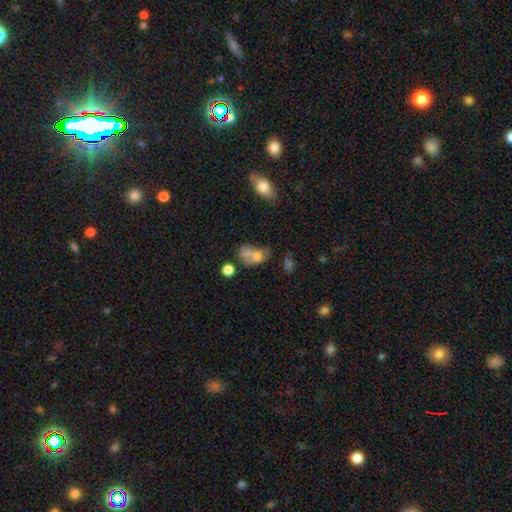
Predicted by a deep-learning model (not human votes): Smooth or featured?
  - smooth: 60% *
  - featured or disk: 26%
  - star or artifact: 14%
How rounded?
  - in between: 69% *
  - round: 28%
  - cigar-shaped: 3%
Merging?
  - merger: 48% *
  - none: 25%
  - minor disturbance: 14%
  - major disturbance: 13%